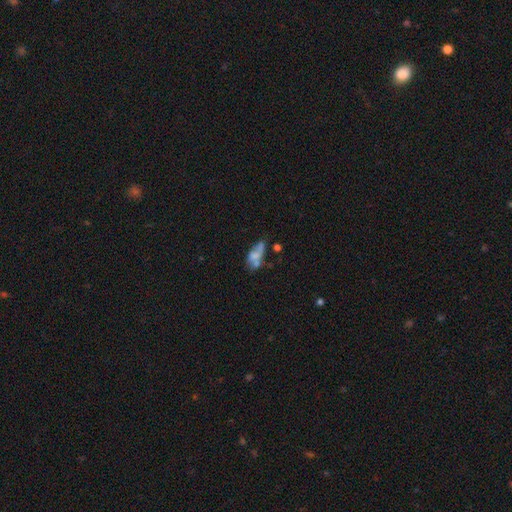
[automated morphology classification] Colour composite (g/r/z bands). It shows a smooth galaxy with no disk features (52%) that is in between round and cigar-shaped (82%). Merging: merger (29%).